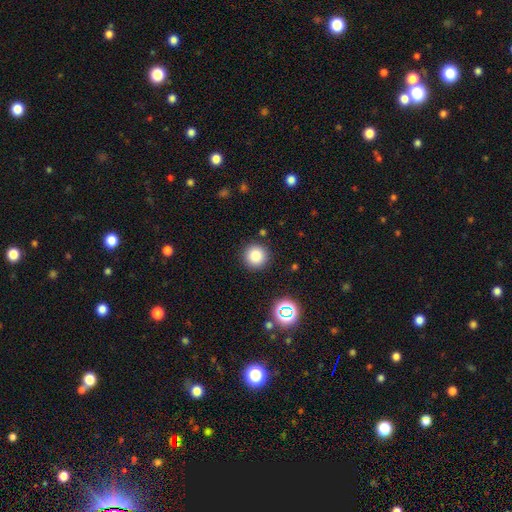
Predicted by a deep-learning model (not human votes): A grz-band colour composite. It shows a smooth galaxy with no disk features (83%) that is round (96%). Merging: none (90%).